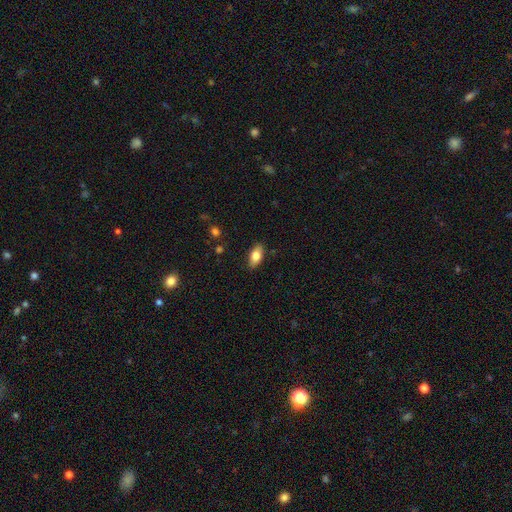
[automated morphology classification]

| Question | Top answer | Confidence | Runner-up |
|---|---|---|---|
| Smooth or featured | smooth | 78% | featured or disk (15%) |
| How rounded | in between | 89% | cigar-shaped (7%) |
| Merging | none | 87% | minor disturbance (10%) |